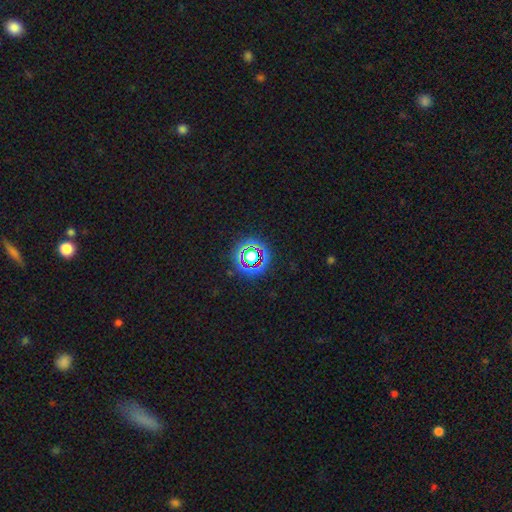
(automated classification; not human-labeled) This is likely a star or artifact rather than a galaxy (63%).